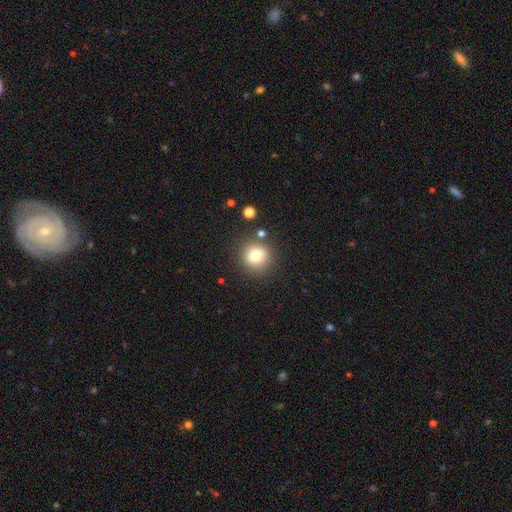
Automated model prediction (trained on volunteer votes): Smooth or featured: smooth — 79% (star or artifact — 12%)
How rounded: round — 90% (in between — 9%)
Merging: none — 83% (minor disturbance — 9%)